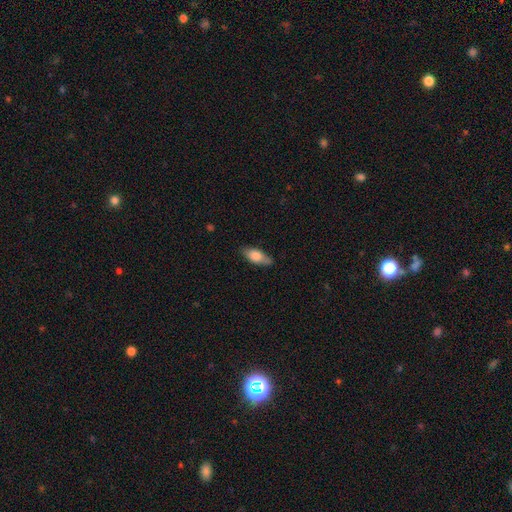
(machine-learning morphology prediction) Q: Smooth or featured?
A: smooth (76%); runner-up: featured or disk (18%)
Q: How rounded?
A: in between (80%); runner-up: cigar-shaped (16%)
Q: Merging?
A: none (71%); runner-up: minor disturbance (23%)